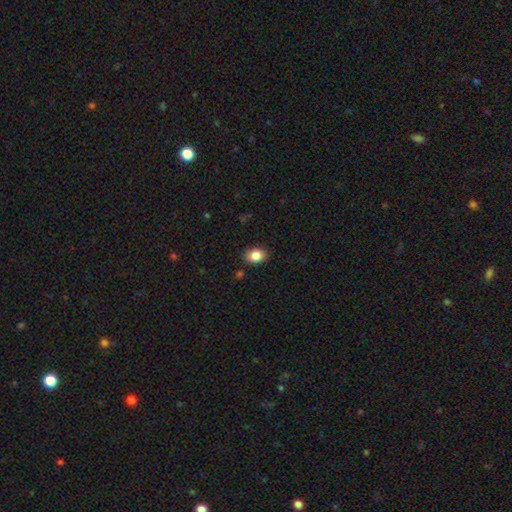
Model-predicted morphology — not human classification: A smooth galaxy with no disk features (84%) that is in between round and cigar-shaped (70%).

Vote fractions:
- Smooth or featured? smooth: 84% / star or artifact: 9% / featured or disk: 7%
- How rounded? in between: 70% / round: 29% / cigar-shaped: 1%
- Merging? none: 86% / minor disturbance: 10% / major disturbance: 2% / merger: 1%